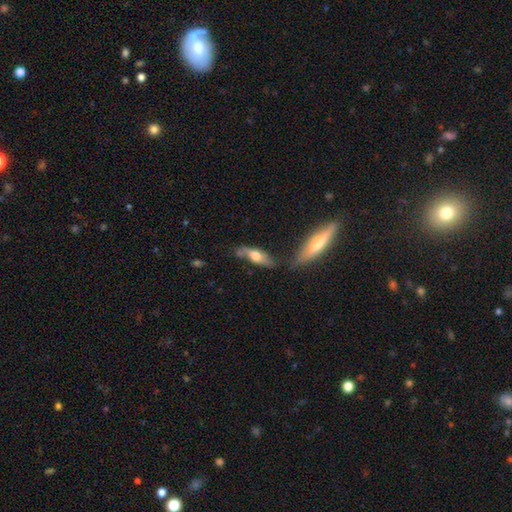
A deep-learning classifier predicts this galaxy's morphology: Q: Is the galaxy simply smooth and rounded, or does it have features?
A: featured or disk — 48%.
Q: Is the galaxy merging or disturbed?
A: none — 47%.